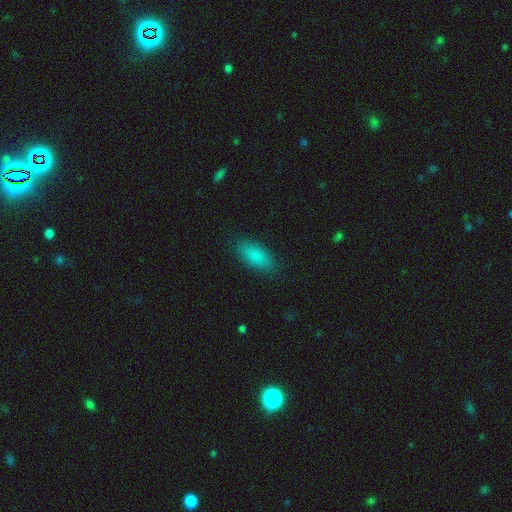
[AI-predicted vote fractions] Q: Smooth or featured?
A: smooth (85%); runner-up: star or artifact (8%)
Q: How rounded?
A: in between (80%); runner-up: cigar-shaped (18%)
Q: Merging?
A: none (87%); runner-up: minor disturbance (10%)